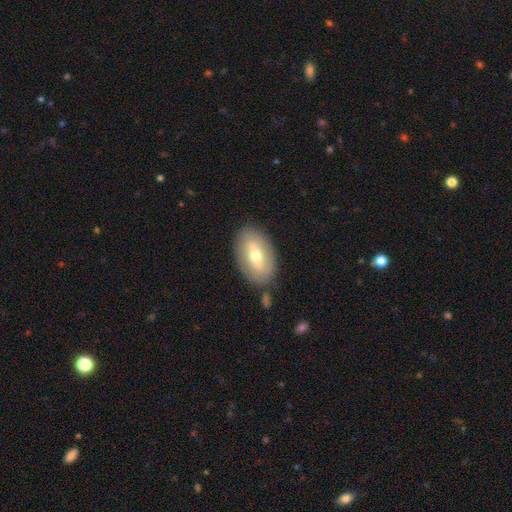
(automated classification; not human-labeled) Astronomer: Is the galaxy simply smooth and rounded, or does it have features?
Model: smooth — 51% (runner-up: featured or disk, 42%).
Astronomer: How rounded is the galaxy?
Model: in between — 91%.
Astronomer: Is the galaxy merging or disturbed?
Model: none — 82%.